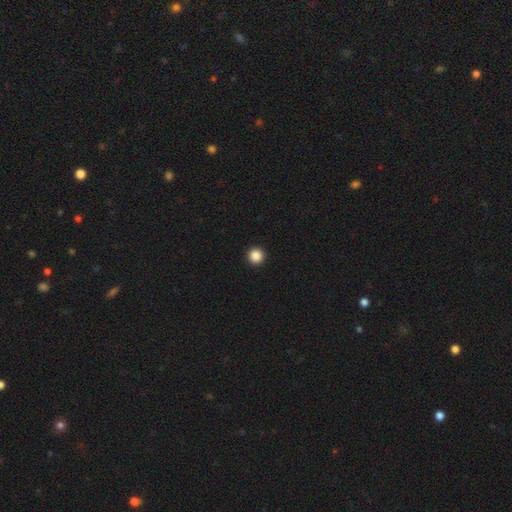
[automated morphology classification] smooth_or_featured: smooth (p=0.87) [alt: star or artifact p=0.10]
how_rounded: round (p=0.97) [alt: in between p=0.02]
merging: none (p=0.95) [alt: minor disturbance p=0.03]